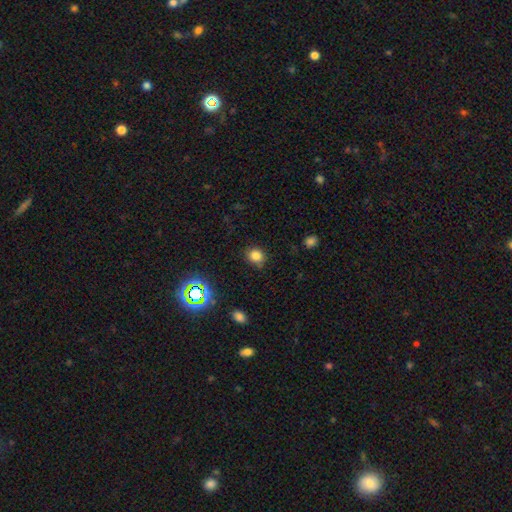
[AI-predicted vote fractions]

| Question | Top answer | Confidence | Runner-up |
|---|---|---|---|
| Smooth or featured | smooth | 78% | star or artifact (16%) |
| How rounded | round | 72% | in between (27%) |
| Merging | none | 81% | minor disturbance (13%) |